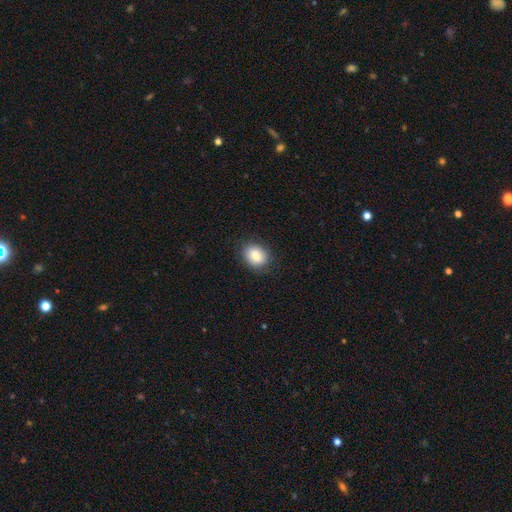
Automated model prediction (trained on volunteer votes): A smooth galaxy with no disk features (84%) that is in between round and cigar-shaped (68%). Merging: none (84%).